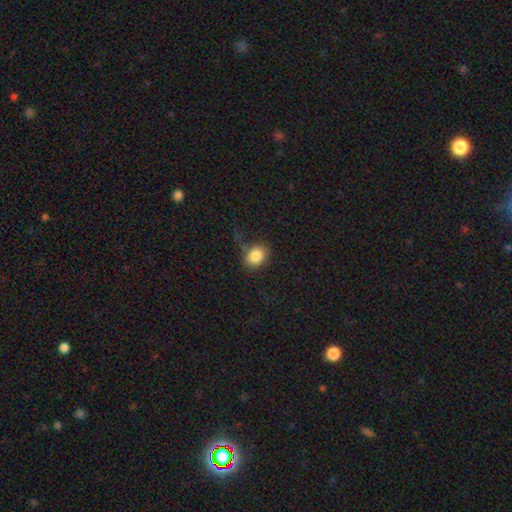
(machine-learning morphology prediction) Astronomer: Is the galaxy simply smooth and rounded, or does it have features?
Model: smooth — 84%.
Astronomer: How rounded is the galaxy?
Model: round — 55% (runner-up: in between, 44%).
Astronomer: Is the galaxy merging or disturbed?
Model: none — 70%.